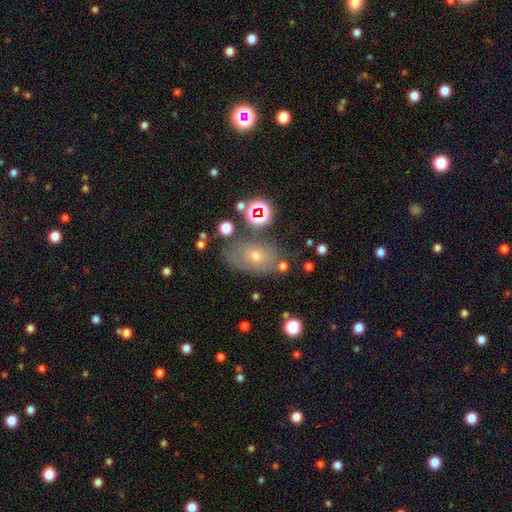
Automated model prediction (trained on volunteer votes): smooth_or_featured: smooth (p=0.46) [alt: featured or disk p=0.34]
merging: none (p=0.69) [alt: minor disturbance p=0.17]